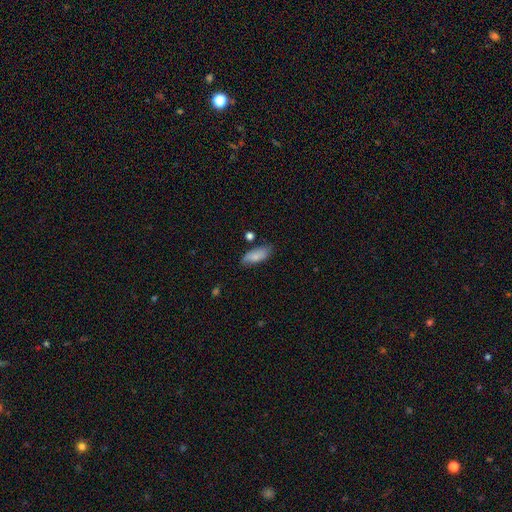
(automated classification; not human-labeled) smooth 80%, featured or disk 13%, star or artifact 7%. Down the decision tree: how rounded — in between (80%); merging — none (71%).